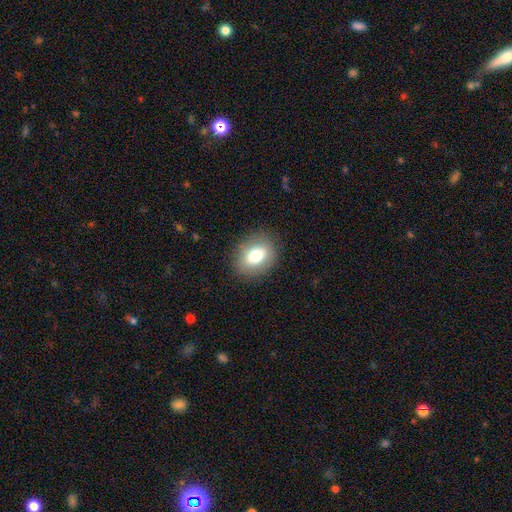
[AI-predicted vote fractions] A smooth galaxy with no disk features (73%) that is in between round and cigar-shaped (60%). Merging: none (85%).